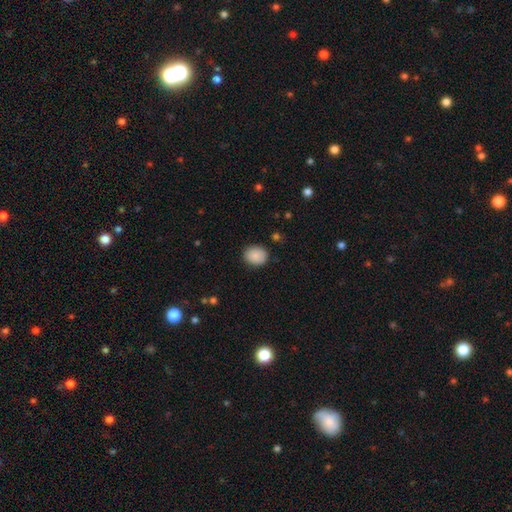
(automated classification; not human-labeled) smooth-or-featured: smooth: 88% | star or artifact: 8% | featured or disk: 4%
  how-rounded: round: 57% | in between: 42% | cigar-shaped: 1%
  merging: none: 86% | minor disturbance: 10% | major disturbance: 2% | merger: 1%